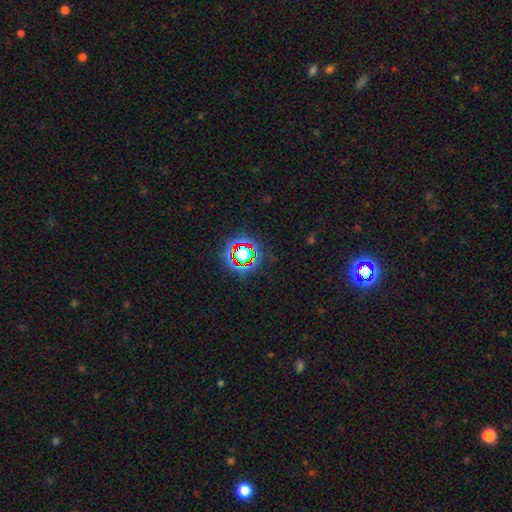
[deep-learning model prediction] This appears to be a star or artifact, not a galaxy (78%).